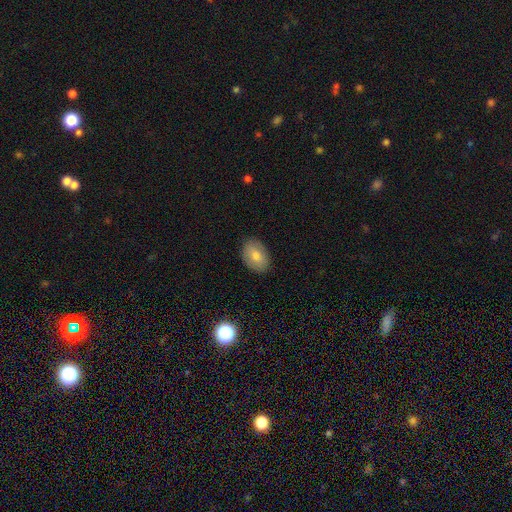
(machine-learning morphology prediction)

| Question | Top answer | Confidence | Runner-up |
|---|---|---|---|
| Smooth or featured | smooth | 75% | featured or disk (17%) |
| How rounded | in between | 83% | round (16%) |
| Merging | none | 87% | minor disturbance (9%) |